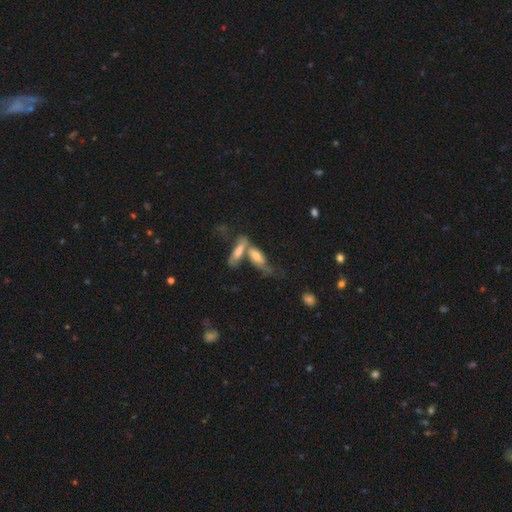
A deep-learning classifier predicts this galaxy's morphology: Q: Smooth or featured?
A: featured or disk (45%); runner-up: smooth (42%)
Q: Merging?
A: merger (52%); runner-up: none (25%)